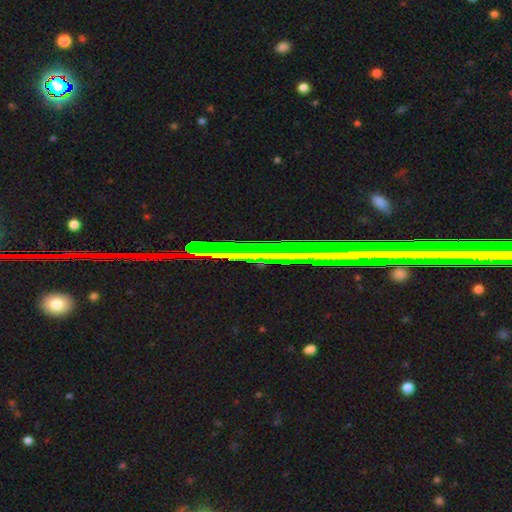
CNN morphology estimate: A star or artifact, not a galaxy (76%).

Vote fractions:
- Smooth or featured? star or artifact: 76% / featured or disk: 16% / smooth: 9%